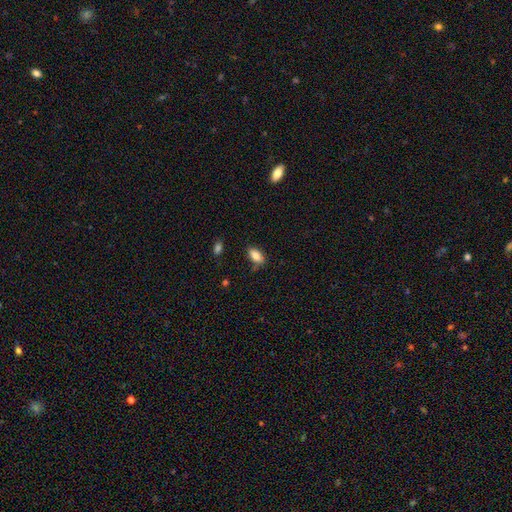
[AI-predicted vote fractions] This is clearly a smooth galaxy (83%). How rounded: clearly in between (89%). Merging: likely none (72%).